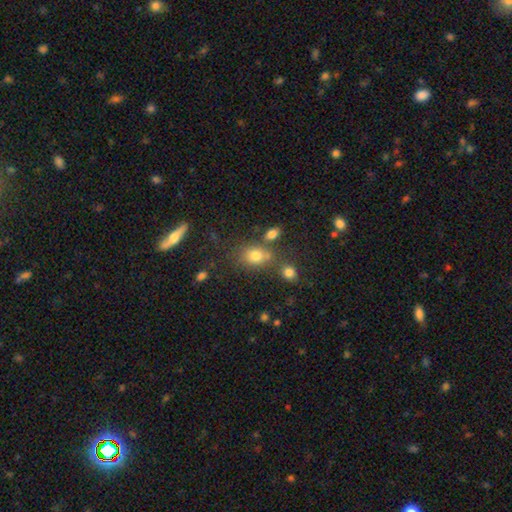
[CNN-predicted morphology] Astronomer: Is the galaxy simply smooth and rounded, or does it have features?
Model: smooth — 75%.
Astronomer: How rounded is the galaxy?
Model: in between — 60% (runner-up: round, 39%).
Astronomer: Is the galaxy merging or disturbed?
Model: none — 61%.